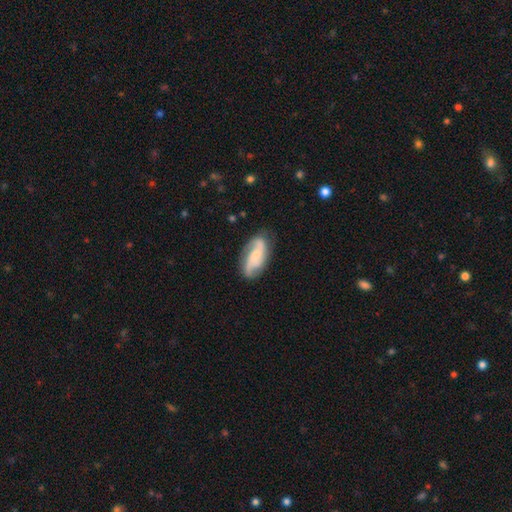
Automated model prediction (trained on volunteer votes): A featured or disk galaxy (70%) with no bar (58%), 2 (71%) medium (43%) spiral arms (94%) and a small central bulge (53%). Merging: none (74%).